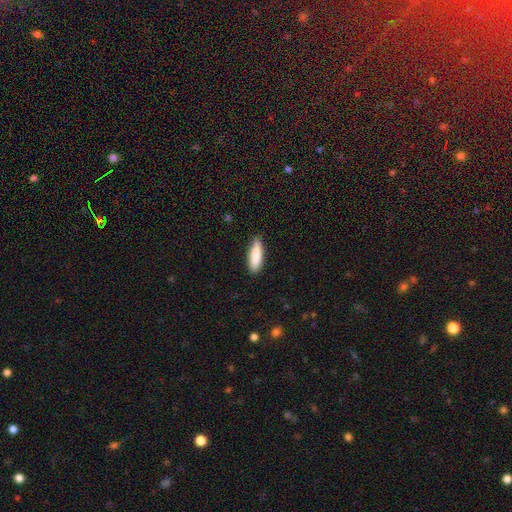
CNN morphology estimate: The model was most divided on "how rounded": cigar-shaped: 52%, in between: 47%, round: 2%. More confident: merging — none (88%); smooth or featured — smooth (87%).